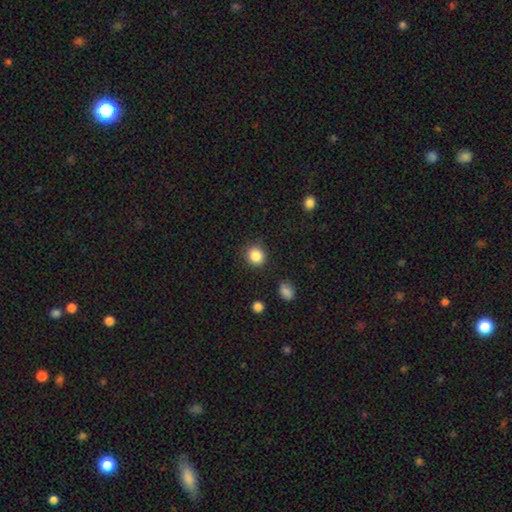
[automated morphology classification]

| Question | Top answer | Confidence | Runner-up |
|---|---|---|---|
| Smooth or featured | smooth | 86% | star or artifact (10%) |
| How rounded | round | 83% | in between (16%) |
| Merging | none | 87% | minor disturbance (8%) |